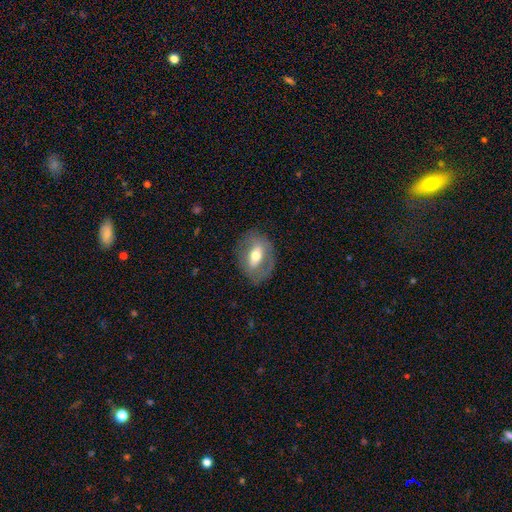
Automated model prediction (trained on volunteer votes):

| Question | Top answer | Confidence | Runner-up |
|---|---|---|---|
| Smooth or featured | featured or disk | 52% | smooth (41%) |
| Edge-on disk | no | 85% | yes (15%) |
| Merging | none | 76% | minor disturbance (15%) |